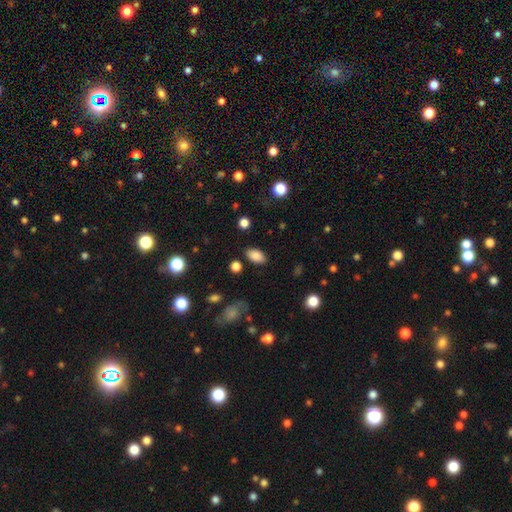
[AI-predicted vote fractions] smooth_or_featured: smooth (p=0.86) [alt: star or artifact p=0.09]
how_rounded: in between (p=0.92) [alt: round p=0.06]
merging: none (p=0.84) [alt: minor disturbance p=0.11]